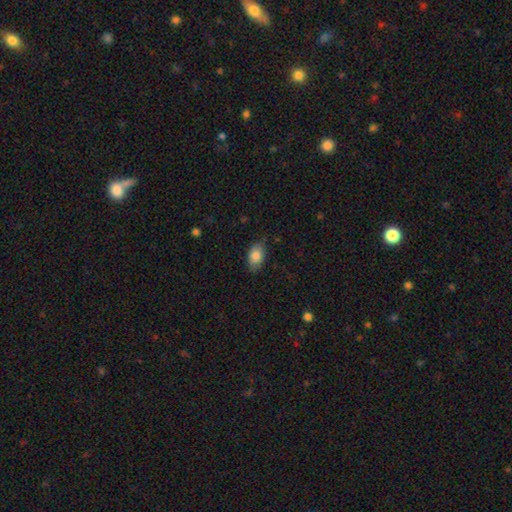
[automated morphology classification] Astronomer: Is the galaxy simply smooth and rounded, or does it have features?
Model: smooth — 84%.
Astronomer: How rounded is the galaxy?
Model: in between — 89%.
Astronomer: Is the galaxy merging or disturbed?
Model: none — 77%.